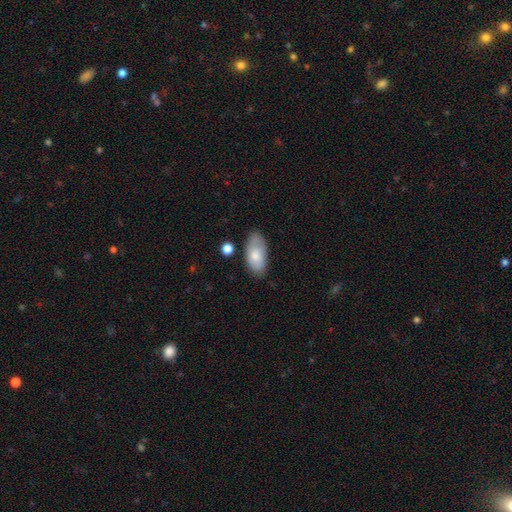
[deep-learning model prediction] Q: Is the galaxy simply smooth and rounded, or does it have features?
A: smooth — 75%.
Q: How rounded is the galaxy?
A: in between — 93%.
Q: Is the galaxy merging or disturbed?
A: none — 74%.